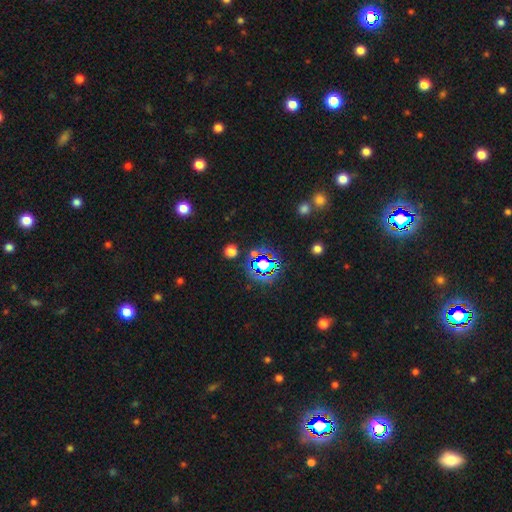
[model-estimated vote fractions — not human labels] star or artifact 74%, smooth 17%, featured or disk 9%.